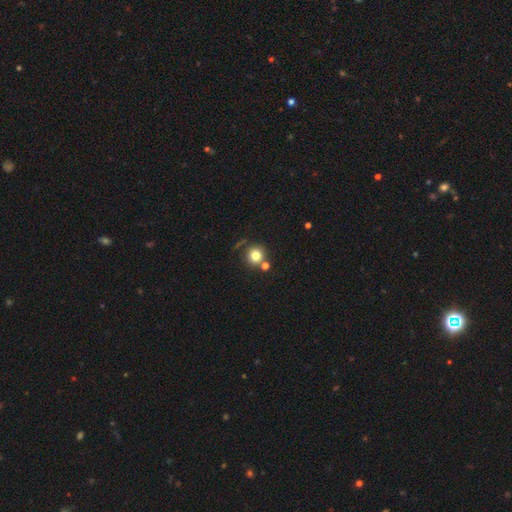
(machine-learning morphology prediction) This appears to be a smooth galaxy with no disk features (78%) that is round (93%). Merging: none (70%).